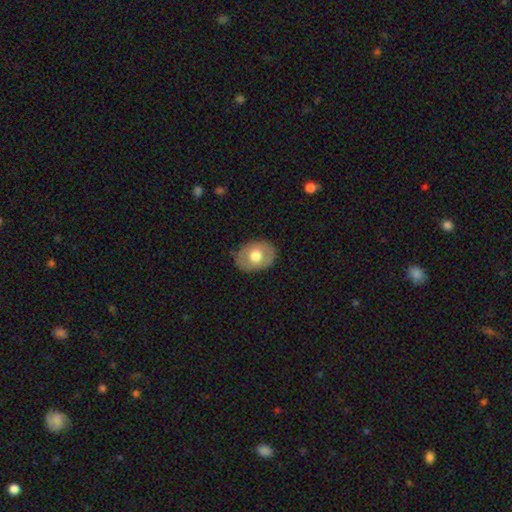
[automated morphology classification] smooth_or_featured: smooth (p=0.61) [alt: featured or disk p=0.33]
how_rounded: in between (p=0.70) [alt: round p=0.29]
merging: none (p=0.84) [alt: minor disturbance p=0.12]